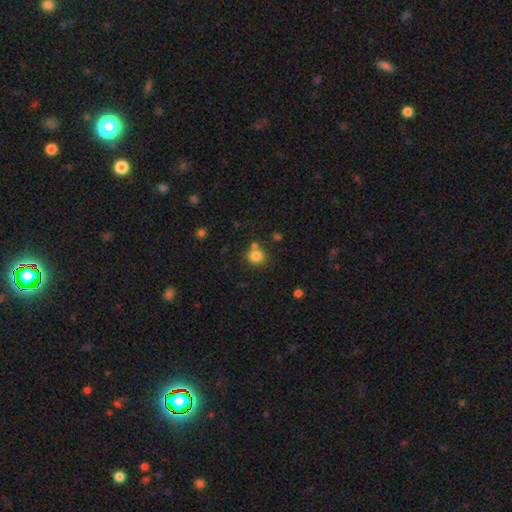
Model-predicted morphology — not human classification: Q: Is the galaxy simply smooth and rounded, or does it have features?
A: smooth — 82%.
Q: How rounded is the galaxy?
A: round — 88%.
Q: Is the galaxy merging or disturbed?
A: none — 68%.